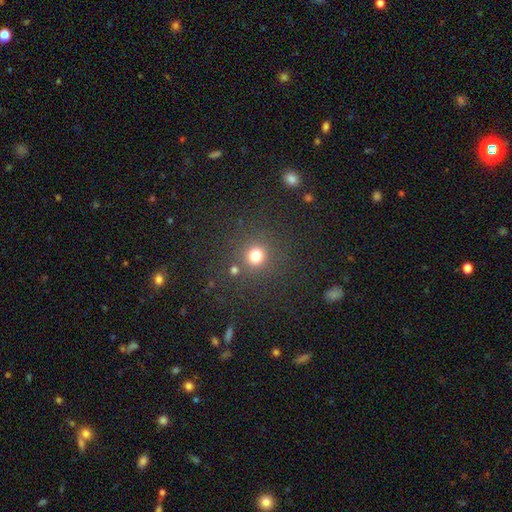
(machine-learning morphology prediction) Smooth or featured? smooth (75%)
How rounded? round (90%)
Merging? none (80%)